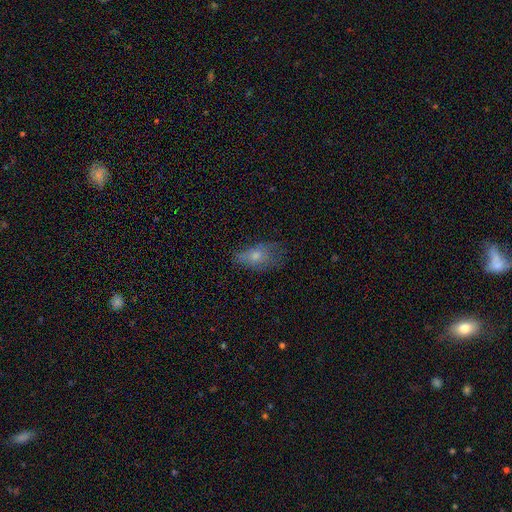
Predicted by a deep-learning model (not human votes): The model was most divided on "merging": none: 46%, minor disturbance: 32%, major disturbance: 20%, merger: 2%. More confident: how rounded — in between (86%); smooth or featured — smooth (66%).